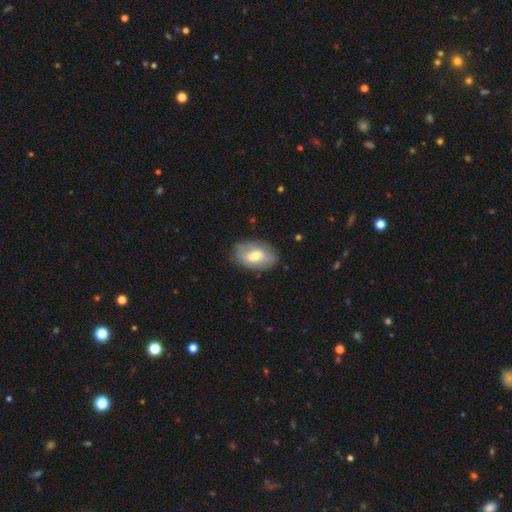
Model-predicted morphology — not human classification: This is possibly a smooth galaxy (52%). How rounded: clearly in between (89%). Merging: likely none (79%).